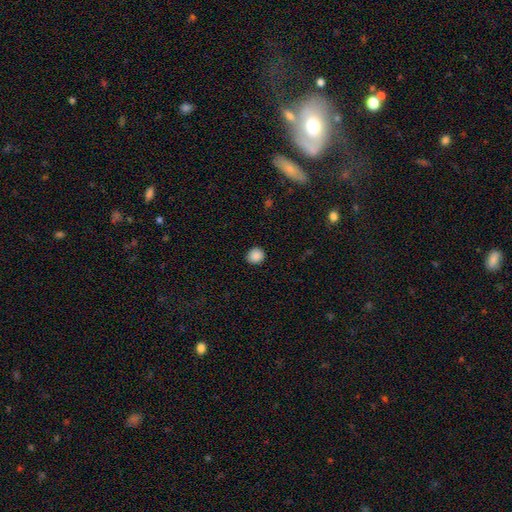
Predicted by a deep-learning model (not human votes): Overall: smooth (88%). How rounded: round (83%). Merging: none (90%).